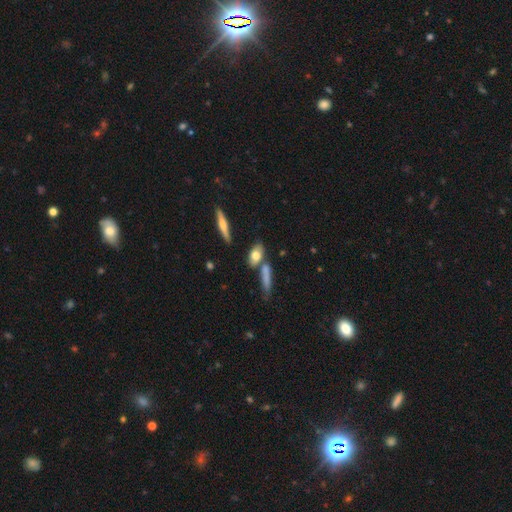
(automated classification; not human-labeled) This is likely a smooth galaxy (69%). How rounded: likely in between (67%). Merging: possibly none (57%).